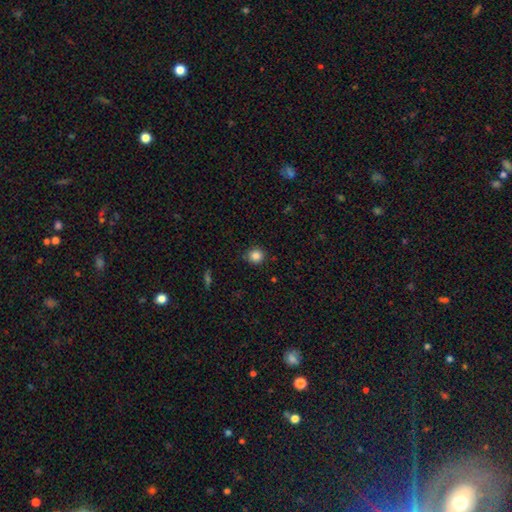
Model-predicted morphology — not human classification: The model was most divided on "smooth or featured": smooth: 85%, star or artifact: 11%, featured or disk: 4%. More confident: how rounded — round (93%); merging — none (88%).